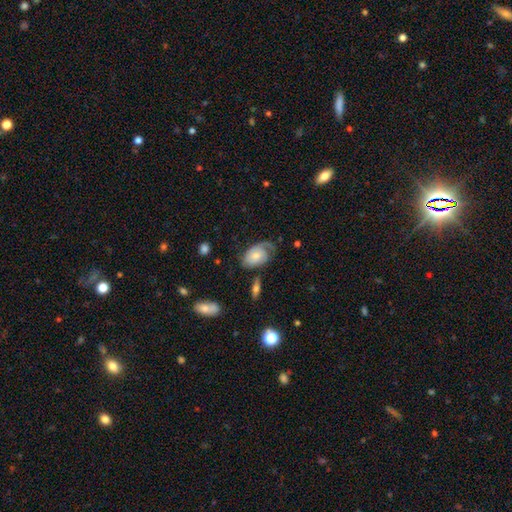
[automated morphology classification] Smooth or featured? featured or disk (61%)
Edge-on disk? no (95%)
Bar? no (76%)
Spiral arms? yes (88%)
Spiral winding? tight (48%)
Spiral arm count? 1 (55%)
Bulge size? small (46%)
Merging? none (45%)